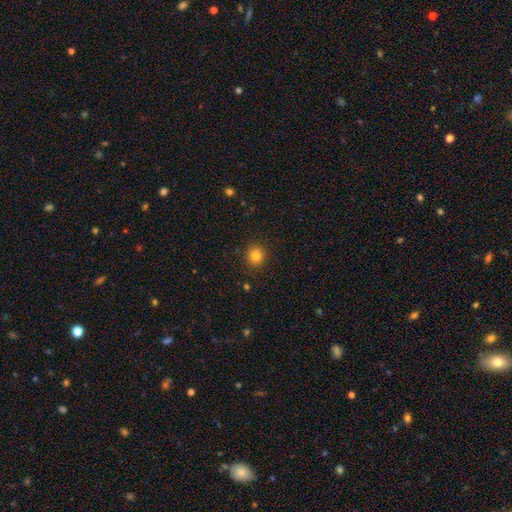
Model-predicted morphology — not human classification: This is clearly a smooth galaxy (83%). How rounded: clearly round (89%). Merging: clearly none (90%).